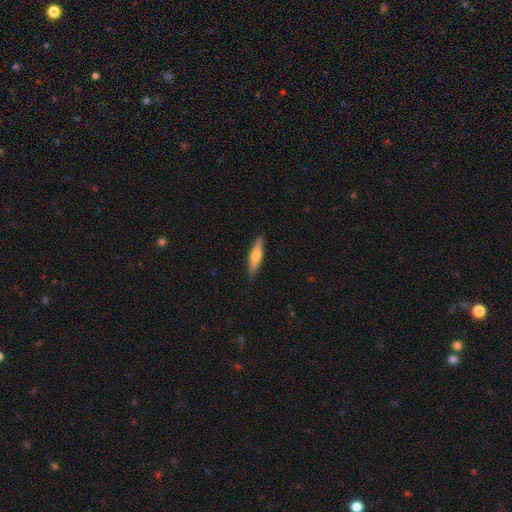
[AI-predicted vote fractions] smooth 62%, featured or disk 33%, star or artifact 6%. Down the decision tree: how rounded — cigar-shaped (74%); merging — none (87%).